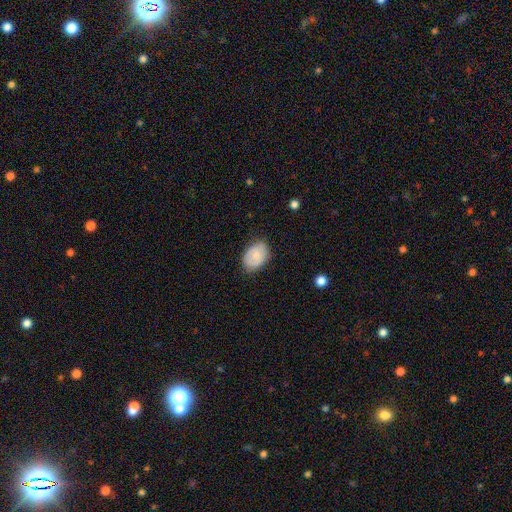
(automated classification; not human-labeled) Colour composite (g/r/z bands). It shows a smooth galaxy with no disk features (73%) that is in between round and cigar-shaped (80%). Merging: none (79%).